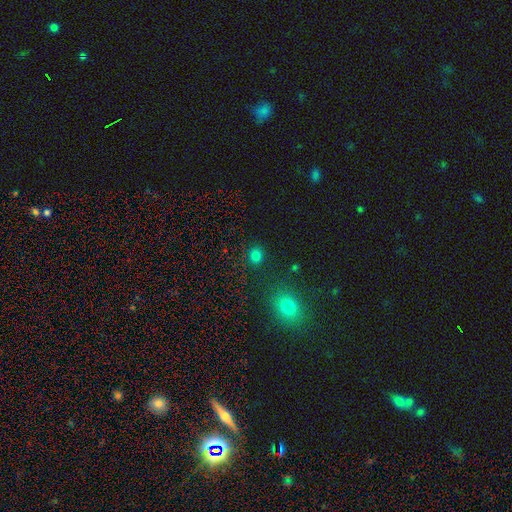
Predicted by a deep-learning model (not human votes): Smooth or featured? smooth (80%)
How rounded? round (79%)
Merging? none (88%)